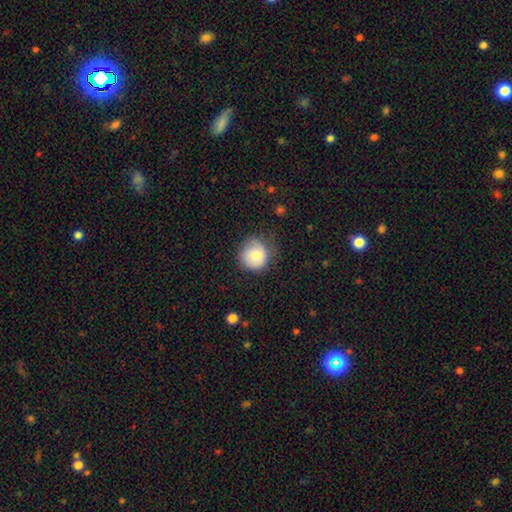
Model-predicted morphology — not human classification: Smooth or featured?
  - smooth: 76% *
  - featured or disk: 16%
  - star or artifact: 8%
How rounded?
  - round: 89% *
  - in between: 10%
  - cigar-shaped: 1%
Merging?
  - none: 65% *
  - minor disturbance: 26%
  - major disturbance: 7%
  - merger: 1%